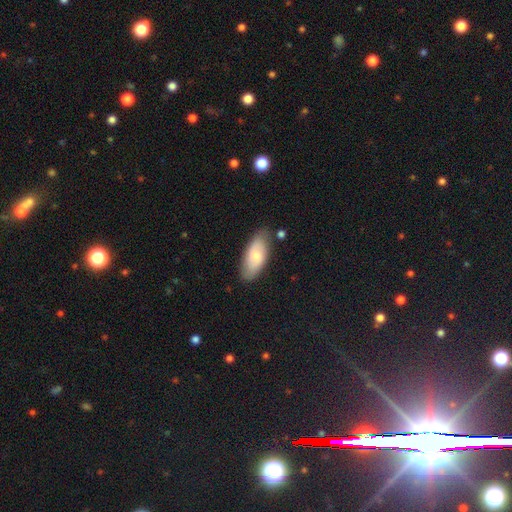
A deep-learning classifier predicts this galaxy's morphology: smooth_or_featured: smooth (p=0.66) [alt: featured or disk p=0.28]
how_rounded: in between (p=0.88) [alt: cigar-shaped p=0.09]
merging: none (p=0.75) [alt: minor disturbance p=0.18]